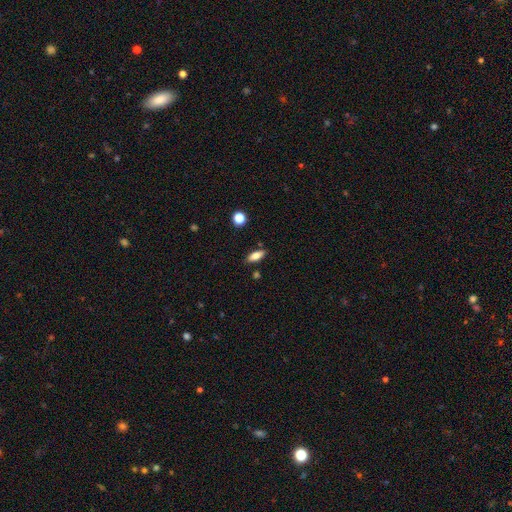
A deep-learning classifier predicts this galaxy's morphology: This appears to be a smooth galaxy with no disk features (76%) that is in between round and cigar-shaped (73%). Merging: none (85%).